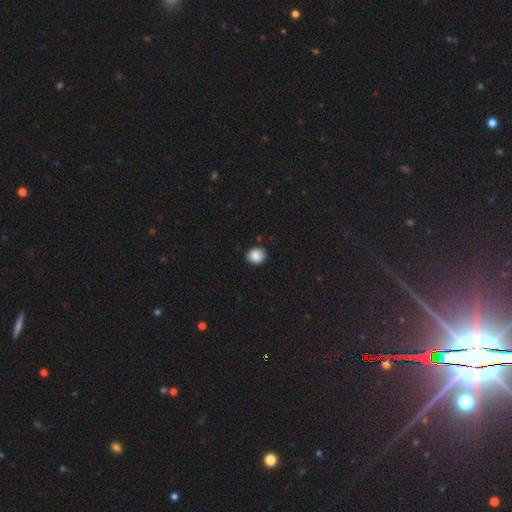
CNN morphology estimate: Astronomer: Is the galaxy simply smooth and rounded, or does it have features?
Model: smooth — 87%.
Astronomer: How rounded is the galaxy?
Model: round — 77%.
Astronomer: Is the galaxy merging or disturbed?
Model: none — 87%.